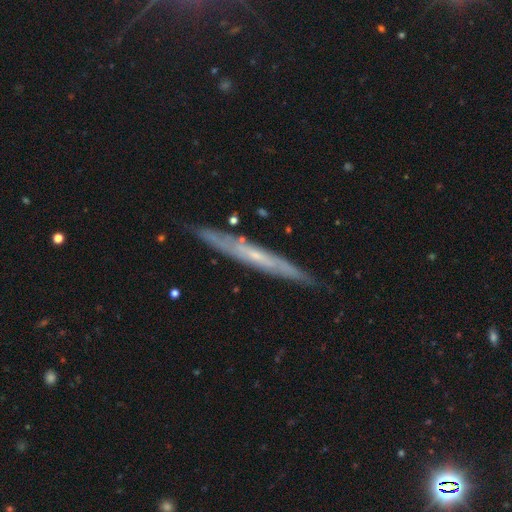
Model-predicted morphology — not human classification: A featured or disk galaxy (70%) viewed edge-on (84%) with no central bulge (64%). Merging: none (83%).